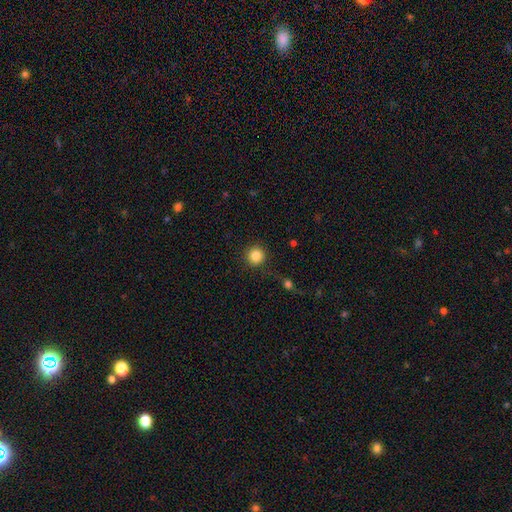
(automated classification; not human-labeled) A smooth galaxy with no disk features (86%) that is round (94%). Merging: none (89%).